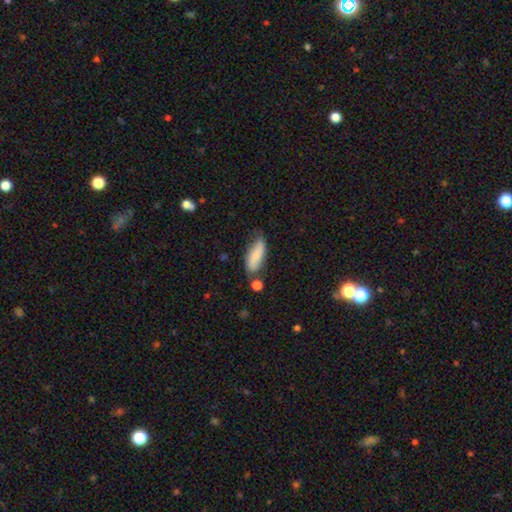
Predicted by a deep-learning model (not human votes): A smooth galaxy with no disk features (77%) that is in between round and cigar-shaped (71%). Merging: none (56%).